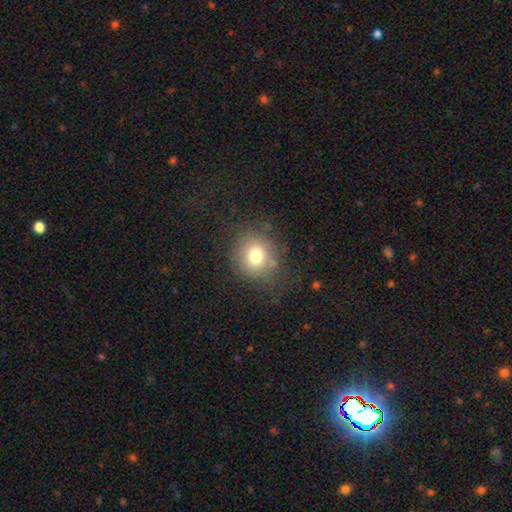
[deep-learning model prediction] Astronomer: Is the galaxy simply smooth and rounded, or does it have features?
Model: smooth — 74%.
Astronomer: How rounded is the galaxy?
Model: round — 78%.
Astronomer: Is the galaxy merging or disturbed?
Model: none — 72%.